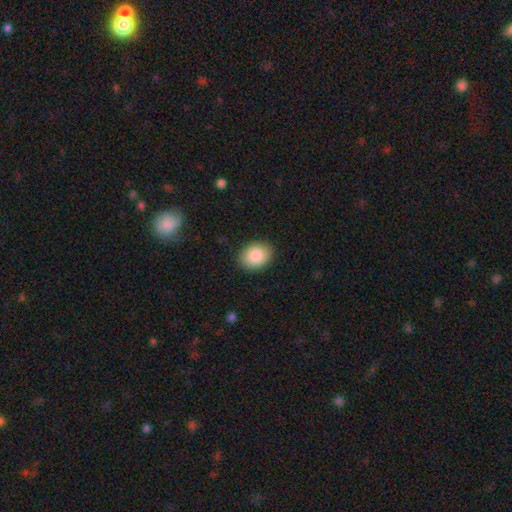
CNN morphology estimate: Overall: smooth (88%). How rounded: in between (52%; round 47%). Merging: none (89%).